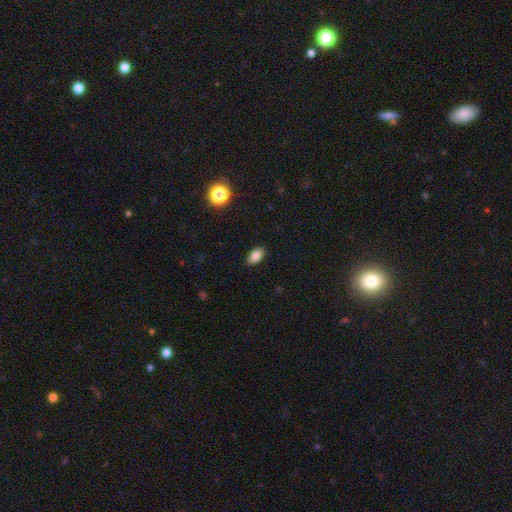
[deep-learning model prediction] Smooth or featured: smooth — 84% (star or artifact — 9%)
How rounded: in between — 91% (round — 6%)
Merging: none — 89% (minor disturbance — 8%)